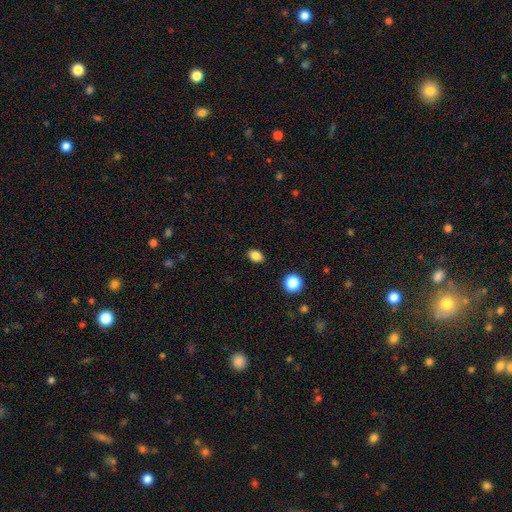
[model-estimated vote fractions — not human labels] Q: Smooth or featured?
A: smooth (84%); runner-up: star or artifact (11%)
Q: How rounded?
A: in between (71%); runner-up: round (28%)
Q: Merging?
A: none (88%); runner-up: minor disturbance (8%)